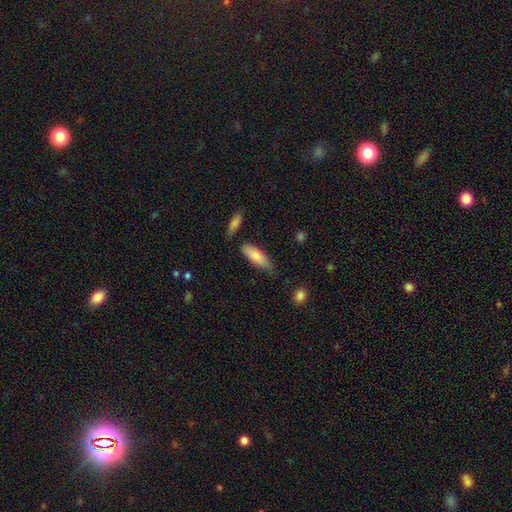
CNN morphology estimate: Q: Smooth or featured?
A: smooth (82%); runner-up: featured or disk (12%)
Q: How rounded?
A: in between (55%); runner-up: cigar-shaped (43%)
Q: Merging?
A: none (73%); runner-up: minor disturbance (19%)